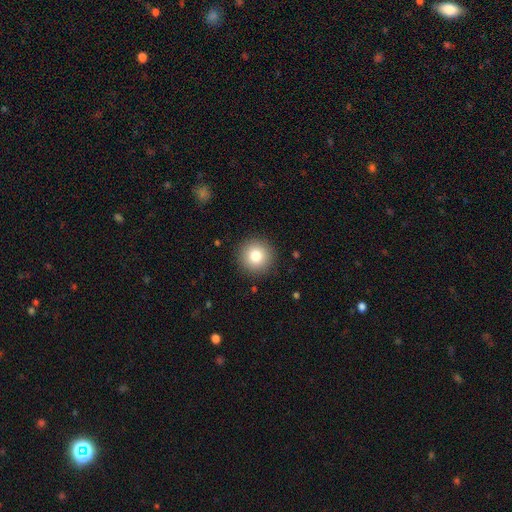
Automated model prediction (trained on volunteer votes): Smooth or featured: smooth — 80% (star or artifact — 10%)
How rounded: round — 95% (in between — 4%)
Merging: none — 91% (minor disturbance — 6%)